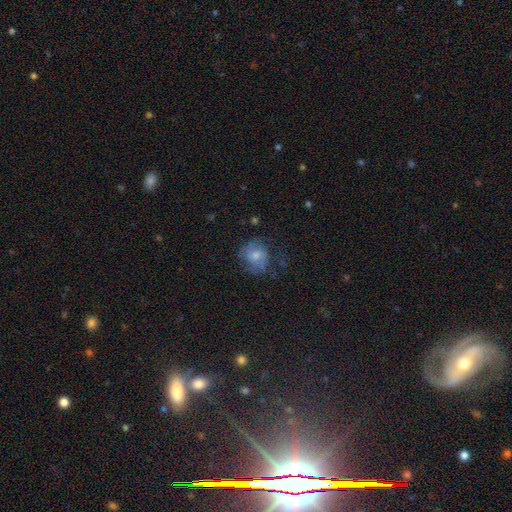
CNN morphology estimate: type=smooth (48%); merging=none (55%).